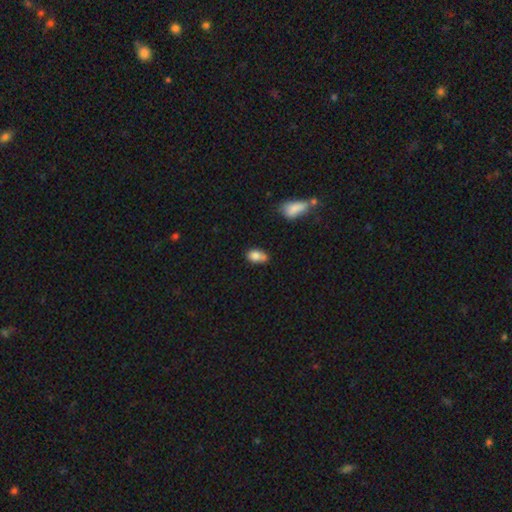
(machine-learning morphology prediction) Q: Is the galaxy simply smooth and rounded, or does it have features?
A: smooth — 80%.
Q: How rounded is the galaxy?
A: in between — 80%.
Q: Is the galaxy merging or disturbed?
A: none — 41%.